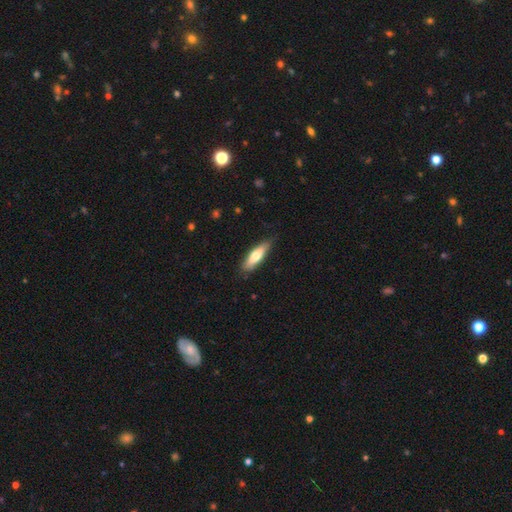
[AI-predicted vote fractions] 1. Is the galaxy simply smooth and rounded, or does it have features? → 65% smooth, 30% featured or disk, 5% star or artifact.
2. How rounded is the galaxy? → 56% cigar-shaped, 42% in between, 2% round.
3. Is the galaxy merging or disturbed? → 83% none, 14% minor disturbance, 2% major disturbance, 1% merger.